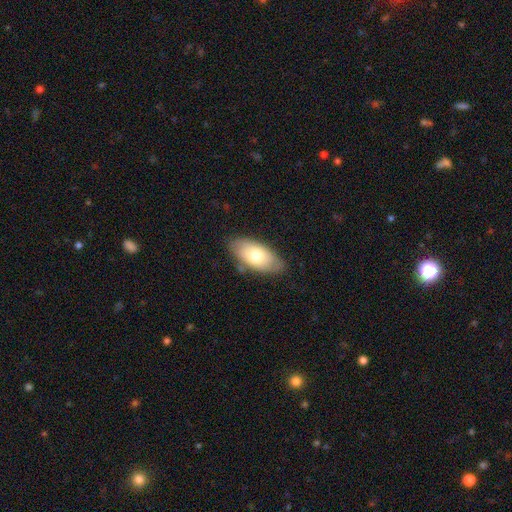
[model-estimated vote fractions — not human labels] This appears to be a smooth galaxy with no disk features (70%) that is in between round and cigar-shaped (91%). Merging: none (76%).